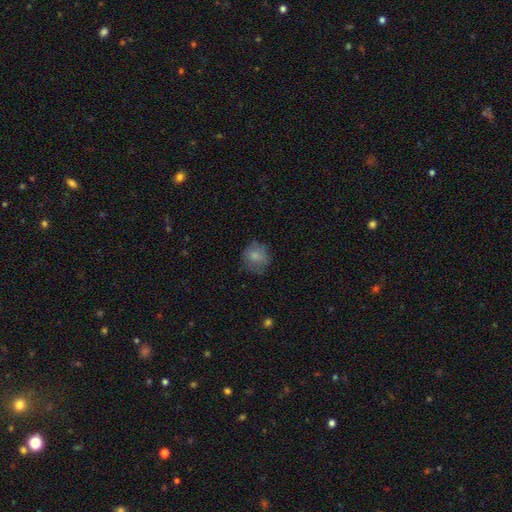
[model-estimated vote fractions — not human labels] Smooth or featured?
  - smooth: 78% *
  - featured or disk: 12%
  - star or artifact: 9%
How rounded?
  - round: 81% *
  - in between: 18%
  - cigar-shaped: 1%
Merging?
  - none: 69% *
  - minor disturbance: 21%
  - major disturbance: 8%
  - merger: 1%